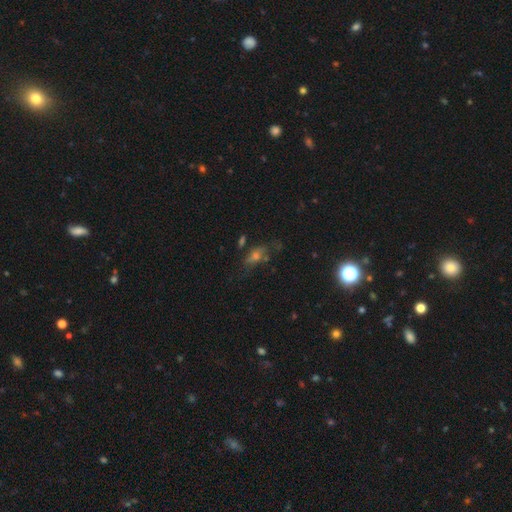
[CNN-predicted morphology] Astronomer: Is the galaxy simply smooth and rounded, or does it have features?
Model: smooth — 40% (runner-up: star or artifact, 32%).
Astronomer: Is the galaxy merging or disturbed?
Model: none — 56%.